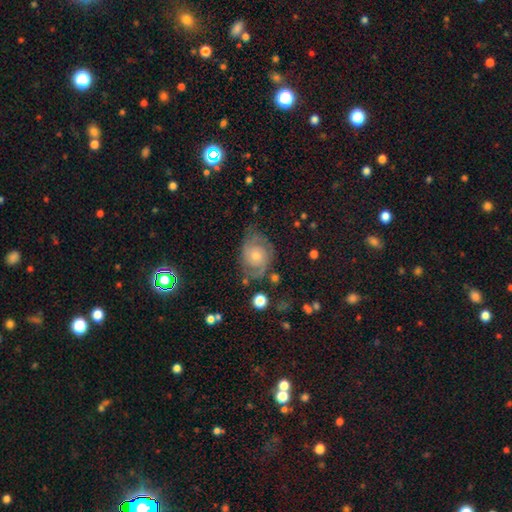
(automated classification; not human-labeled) Q: Smooth or featured?
A: featured or disk (66%); runner-up: smooth (19%)
Q: Edge-on disk?
A: no (97%); runner-up: yes (3%)
Q: Bar?
A: no (76%); runner-up: weak (20%)
Q: Spiral arms?
A: yes (91%); runner-up: no (9%)
Q: Spiral winding?
A: tight (47%); runner-up: medium (40%)
Q: Spiral arm count?
A: 2 (57%); runner-up: can't tell (24%)
Q: Bulge size?
A: moderate (45%); tied with: small (45%)
Q: Merging?
A: none (66%); runner-up: minor disturbance (22%)